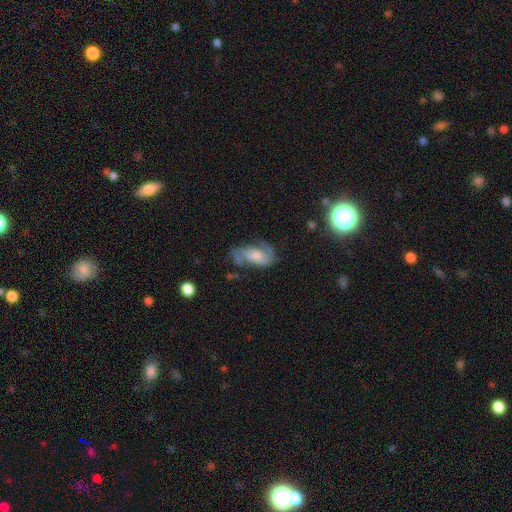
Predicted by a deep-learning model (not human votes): Smooth or featured?
  - featured or disk: 66% *
  - smooth: 26%
  - star or artifact: 8%
Edge-on disk?
  - no: 96% *
  - yes: 4%
Bar?
  - no: 56% *
  - weak: 34%
  - strong: 10%
Spiral arms?
  - yes: 86% *
  - no: 14%
Spiral winding?
  - medium: 45% *
  - loose: 36%
  - tight: 19%
Spiral arm count?
  - 2: 76% *
  - 1: 11%
  - can't tell: 9%
  - 3: 2%
  - 4: 1%
  - more than 4: 1%
Bulge size?
  - moderate: 32% *
  - large: 28%
  - small: 18%
  - none: 17%
  - dominant: 4%
Merging?
  - none: 44% *
  - major disturbance: 26%
  - minor disturbance: 25%
  - merger: 5%